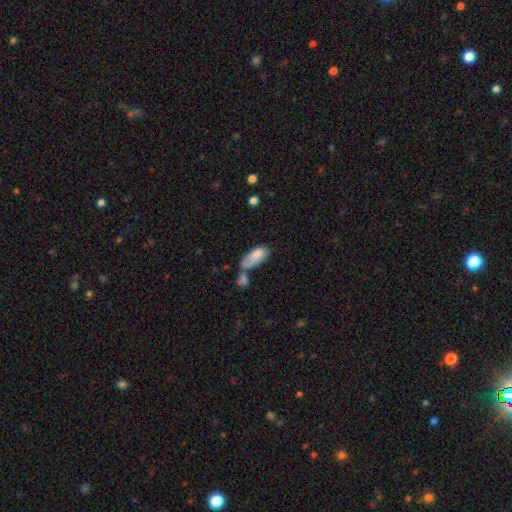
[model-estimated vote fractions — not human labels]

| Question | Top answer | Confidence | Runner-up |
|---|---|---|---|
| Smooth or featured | smooth | 79% | featured or disk (15%) |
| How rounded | in between | 88% | cigar-shaped (10%) |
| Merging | merger | 39% | none (27%) |